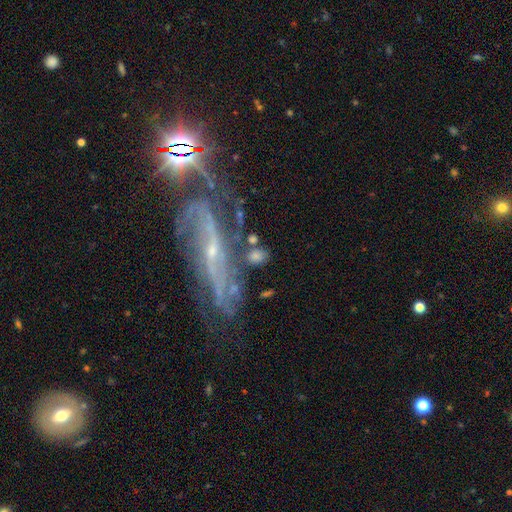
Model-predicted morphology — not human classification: A smooth galaxy with no disk features (56%) that is in between round and cigar-shaped (54%).

Vote fractions:
- Smooth or featured? smooth: 56% / featured or disk: 32% / star or artifact: 12%
- How rounded? in between: 54% / round: 38% / cigar-shaped: 8%
- Merging? none: 69% / minor disturbance: 15% / merger: 9% / major disturbance: 7%